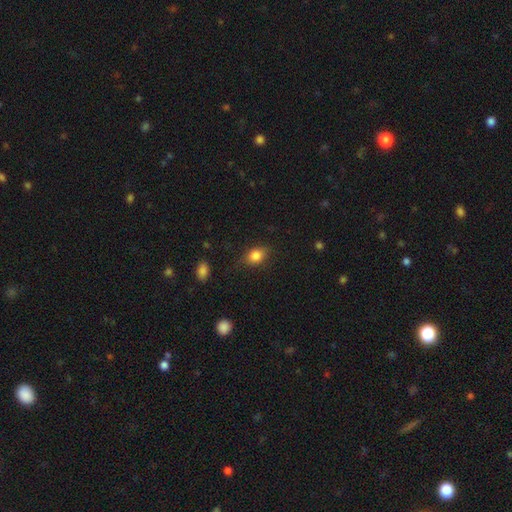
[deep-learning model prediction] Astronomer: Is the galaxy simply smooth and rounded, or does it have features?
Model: smooth — 82%.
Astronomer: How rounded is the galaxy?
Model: in between — 69%.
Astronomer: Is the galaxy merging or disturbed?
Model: none — 78%.